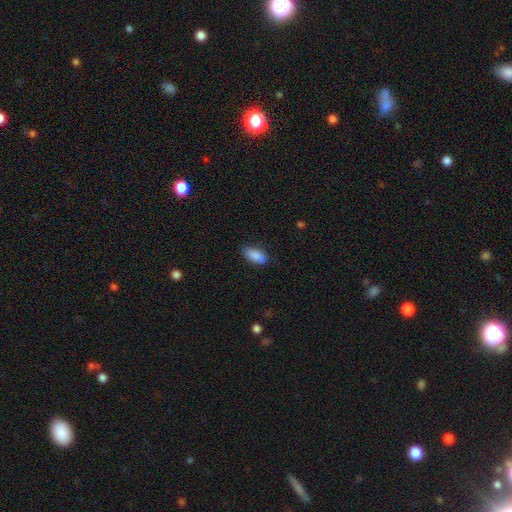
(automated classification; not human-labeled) smooth 88%, star or artifact 7%, featured or disk 6%. Down the decision tree: how rounded — in between (89%); merging — none (81%).